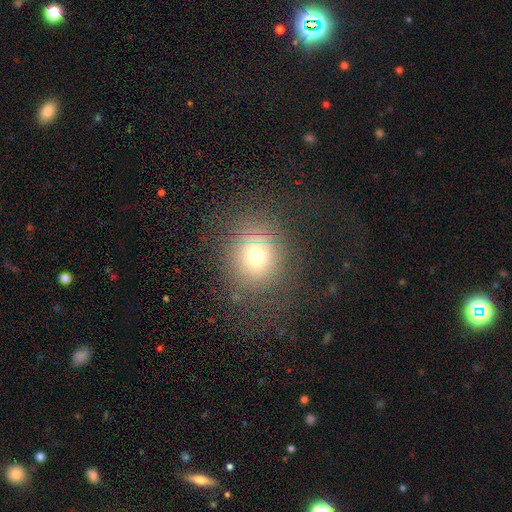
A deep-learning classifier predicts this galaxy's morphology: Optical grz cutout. It shows a smooth galaxy with no disk features (66%) that is round (86%). Merging: none (78%).